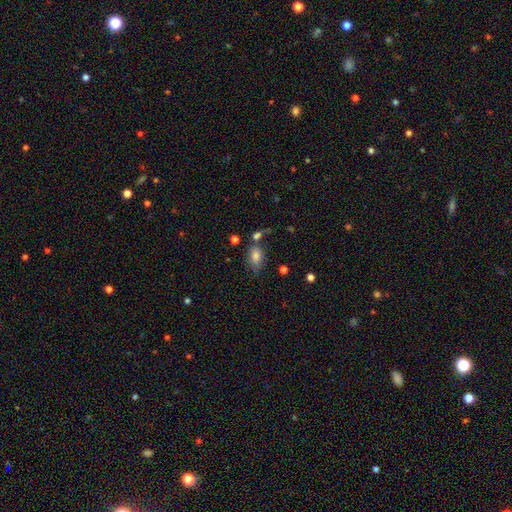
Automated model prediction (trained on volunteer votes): Smooth or featured: smooth — 80% (star or artifact — 10%)
How rounded: in between — 86% (round — 11%)
Merging: none — 56% (minor disturbance — 22%)